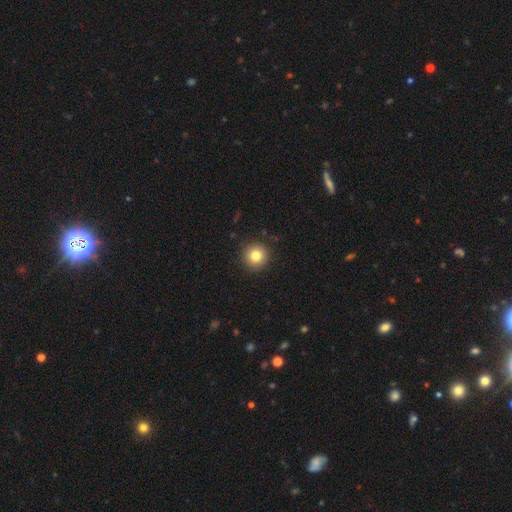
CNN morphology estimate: smooth-or-featured: smooth: 82% | star or artifact: 11% | featured or disk: 7%
  how-rounded: round: 95% | in between: 4% | cigar-shaped: 1%
  merging: none: 90% | minor disturbance: 7% | major disturbance: 2% | merger: 1%